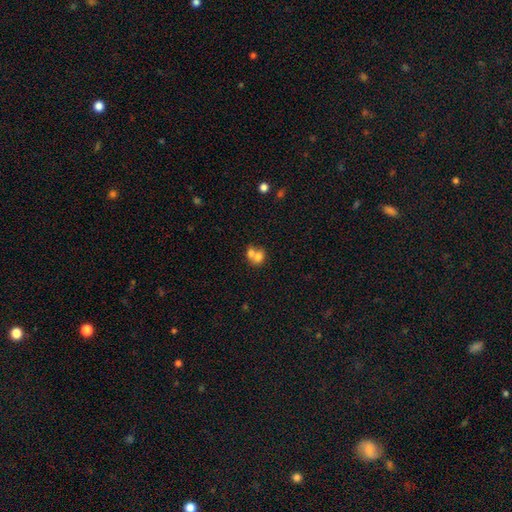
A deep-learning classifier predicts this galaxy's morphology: A smooth galaxy with no disk features (71%) that is round (50%).

Vote fractions:
- Smooth or featured? smooth: 71% / featured or disk: 19% / star or artifact: 10%
- How rounded? round: 50% / in between: 49% / cigar-shaped: 1%
- Merging? merger: 65% / none: 25% / minor disturbance: 7% / major disturbance: 4%